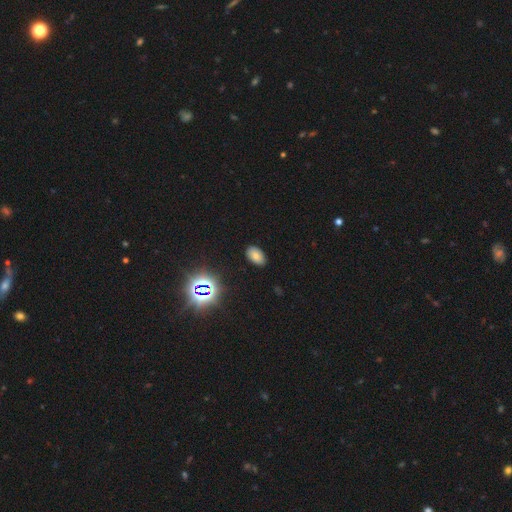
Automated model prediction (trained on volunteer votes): The model was most divided on "smooth or featured": smooth: 68%, star or artifact: 22%, featured or disk: 11%. More confident: how rounded — in between (93%); merging — none (87%).